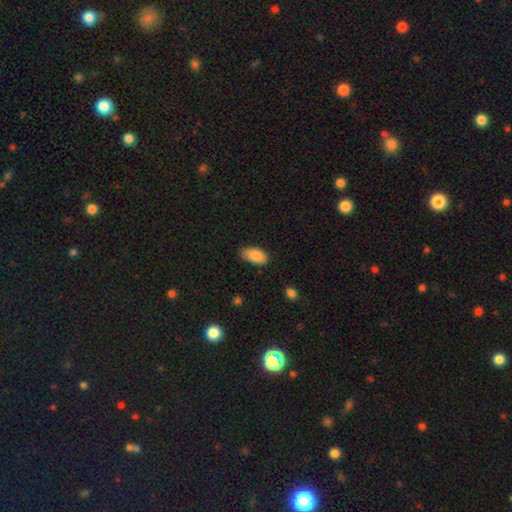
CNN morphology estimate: A smooth galaxy with no disk features (88%) that is in between round and cigar-shaped (93%).

Vote fractions:
- Smooth or featured? smooth: 88% / star or artifact: 7% / featured or disk: 4%
- How rounded? in between: 93% / cigar-shaped: 3% / round: 3%
- Merging? none: 76% / minor disturbance: 19% / major disturbance: 3% / merger: 1%